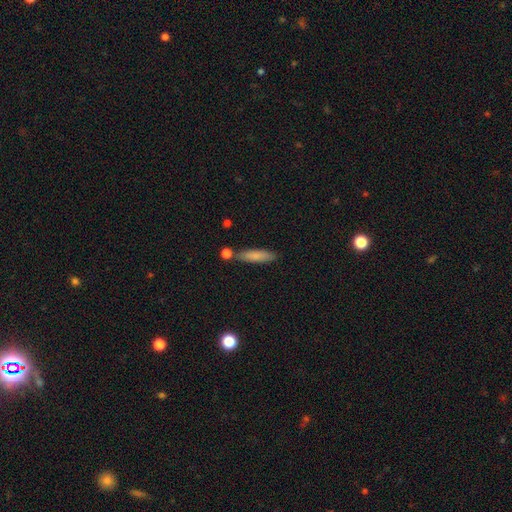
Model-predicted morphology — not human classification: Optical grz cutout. It shows a smooth galaxy with no disk features (80%) that is cigar-shaped (74%). Merging: none (76%).